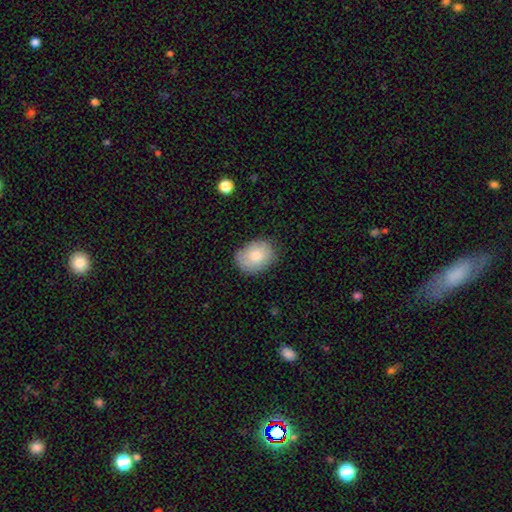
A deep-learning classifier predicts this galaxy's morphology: Smooth or featured? Predicted: smooth (p=0.78). How rounded? Predicted: in between (p=0.65). Merging? Predicted: none (p=0.80).